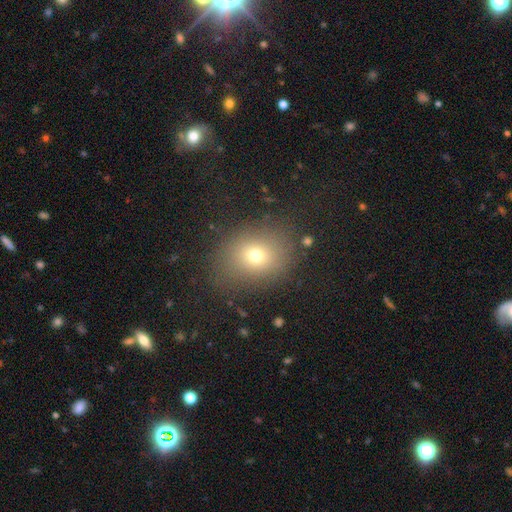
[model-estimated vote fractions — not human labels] This appears to be a smooth galaxy with no disk features (70%) that is round (58%). Merging: none (79%).